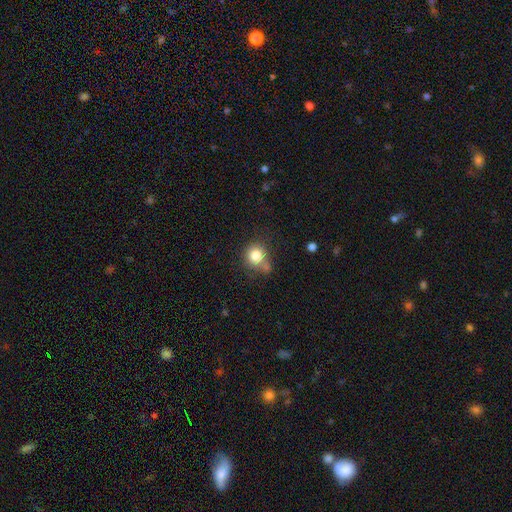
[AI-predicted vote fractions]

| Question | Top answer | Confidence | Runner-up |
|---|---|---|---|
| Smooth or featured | smooth | 80% | star or artifact (11%) |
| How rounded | round | 87% | in between (12%) |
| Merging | none | 62% | minor disturbance (17%) |